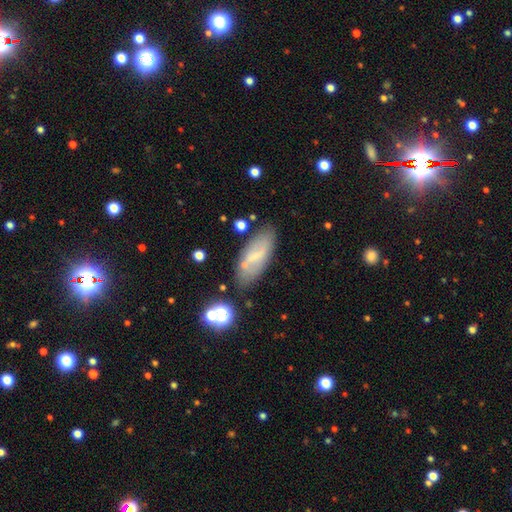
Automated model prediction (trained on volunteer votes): smooth_or_featured: smooth (p=0.58) [alt: featured or disk p=0.33]
how_rounded: in between (p=0.74) [alt: cigar-shaped p=0.23]
merging: none (p=0.74) [alt: minor disturbance p=0.16]